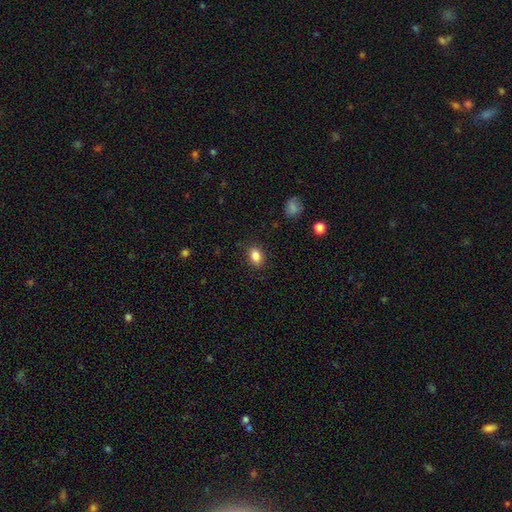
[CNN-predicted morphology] Smooth or featured?
  - smooth: 86% *
  - star or artifact: 9%
  - featured or disk: 5%
How rounded?
  - in between: 76% *
  - round: 23%
  - cigar-shaped: 1%
Merging?
  - none: 87% *
  - minor disturbance: 9%
  - major disturbance: 2%
  - merger: 1%